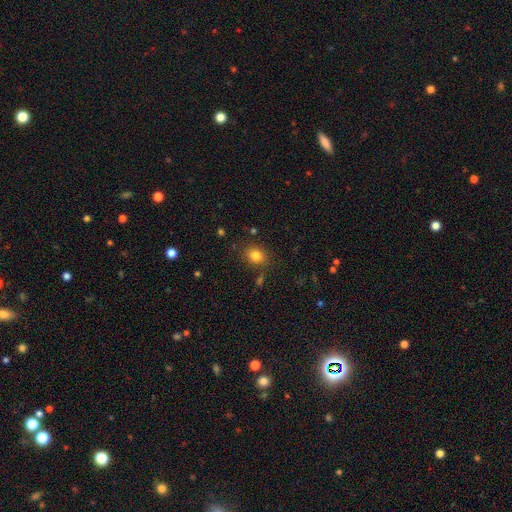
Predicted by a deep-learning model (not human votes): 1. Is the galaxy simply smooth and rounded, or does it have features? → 82% smooth, 11% star or artifact, 7% featured or disk.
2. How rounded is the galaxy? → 55% round, 44% in between, 1% cigar-shaped.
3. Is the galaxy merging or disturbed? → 82% none, 11% minor disturbance, 4% merger, 4% major disturbance.